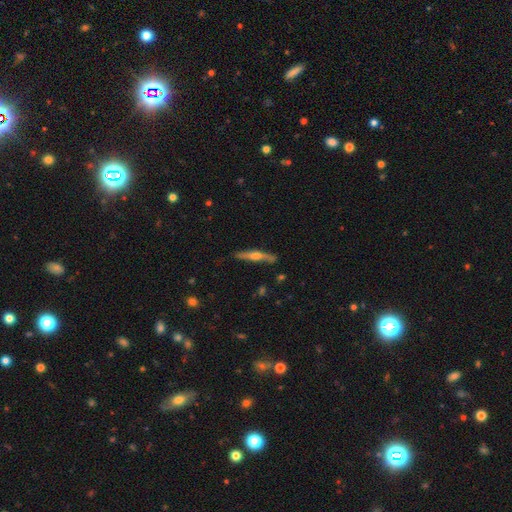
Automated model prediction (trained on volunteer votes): Morphology: type=featured or disk (64%); edge-on=yes (96%); edge-on bulge=rounded (85%); merging=none (83%).